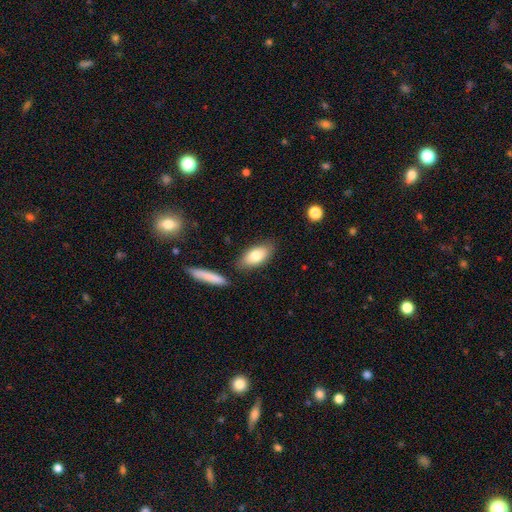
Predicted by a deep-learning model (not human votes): Morphology: type=smooth (78%); roundness=in between (88%); merging=none (78%).